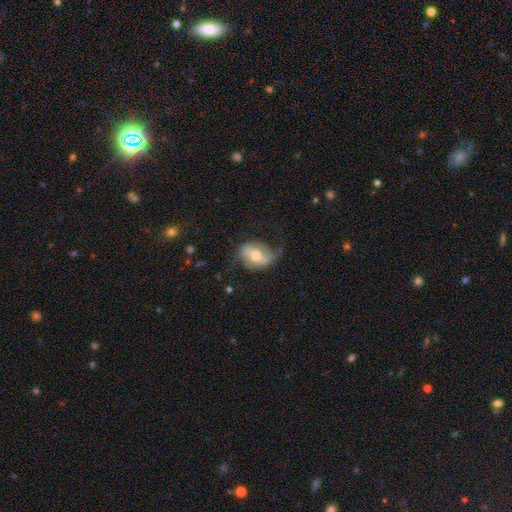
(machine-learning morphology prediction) A featured or disk galaxy (63%) with a weak bar (36%), spiral arms (77%) and a moderate central bulge (70%).

Vote fractions:
- Smooth or featured? featured or disk: 63% / smooth: 30% / star or artifact: 7%
- Edge-on disk? no: 94% / yes: 6%
- Bar? weak: 36% / strong: 35% / no: 29%
- Spiral arms? yes: 77% / no: 23%
- Bulge size? moderate: 70% / small: 22% / large: 6% / dominant: 1% / none: 1%
- Merging? none: 60% / minor disturbance: 25% / major disturbance: 14% / merger: 2%